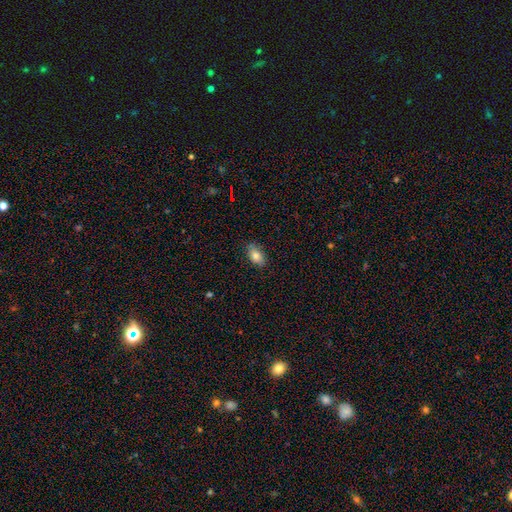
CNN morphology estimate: type=smooth (81%); roundness=in between (90%); merging=none (82%).